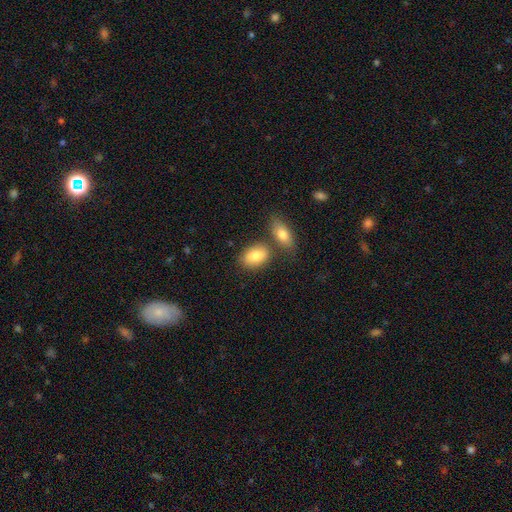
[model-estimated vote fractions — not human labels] Morphology: type=smooth (82%); roundness=in between (88%); merging=none (61%).